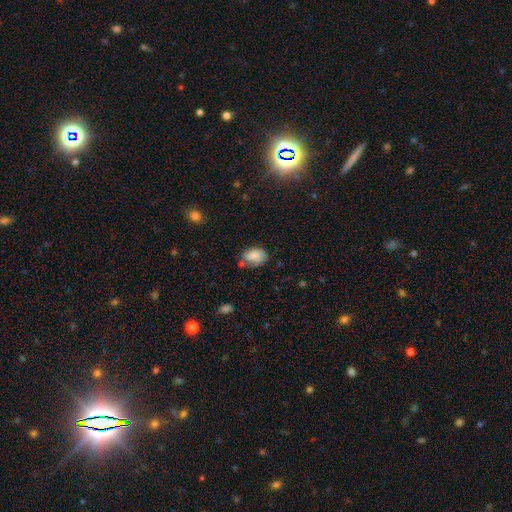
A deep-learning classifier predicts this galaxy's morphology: smooth 74%, featured or disk 17%, star or artifact 9%. Down the decision tree: how rounded — in between (81%); merging — none (41%).